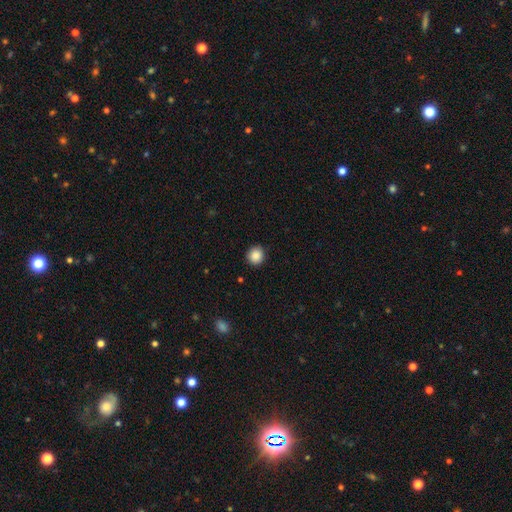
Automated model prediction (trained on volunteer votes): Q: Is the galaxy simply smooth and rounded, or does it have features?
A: smooth — 88%.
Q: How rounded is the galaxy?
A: round — 92%.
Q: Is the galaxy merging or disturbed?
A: none — 91%.